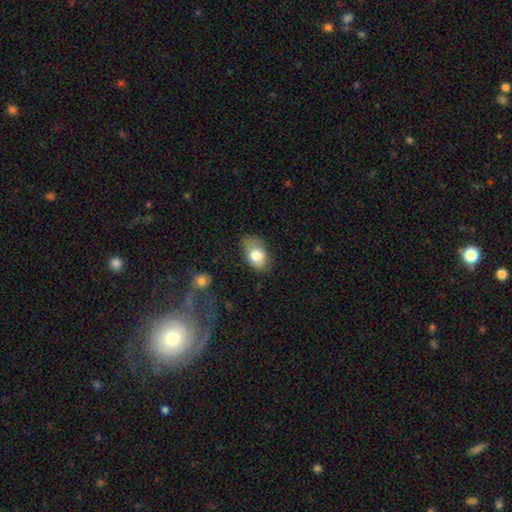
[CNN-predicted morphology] type=smooth (78%); roundness=in between (88%); merging=none (63%).